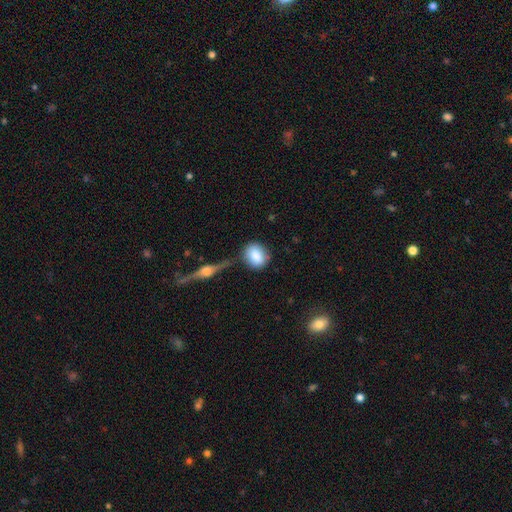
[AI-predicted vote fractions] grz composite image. It shows a smooth galaxy with no disk features (83%) that is round (59%). Merging: none (67%).